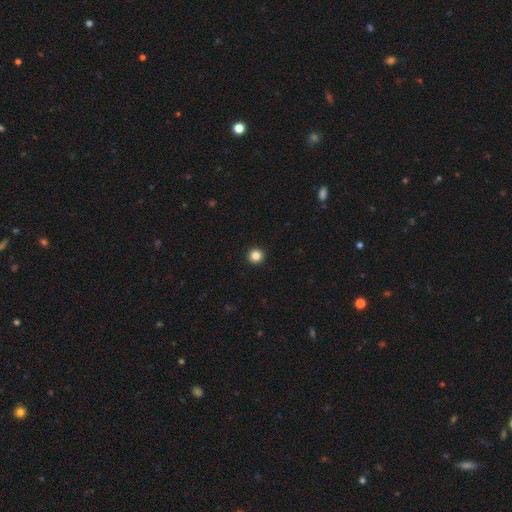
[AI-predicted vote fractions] A smooth galaxy with no disk features (85%) that is round (96%).

Vote fractions:
- Smooth or featured? smooth: 85% / star or artifact: 11% / featured or disk: 4%
- How rounded? round: 96% / in between: 3% / cigar-shaped: 1%
- Merging? none: 94% / minor disturbance: 3% / major disturbance: 1% / merger: 1%